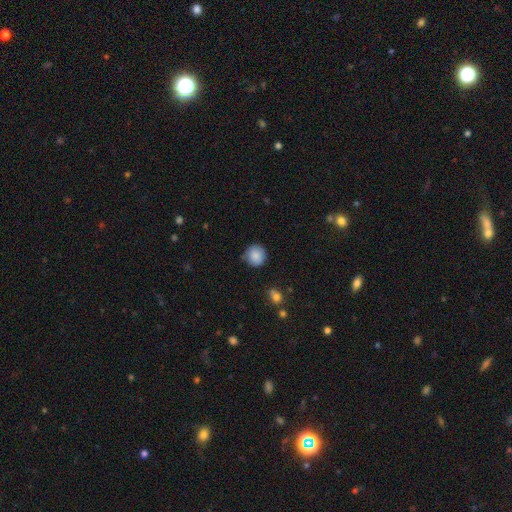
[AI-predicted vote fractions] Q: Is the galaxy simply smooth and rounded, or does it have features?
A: smooth — 87%.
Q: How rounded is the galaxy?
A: round — 90%.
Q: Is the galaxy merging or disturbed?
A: none — 78%.